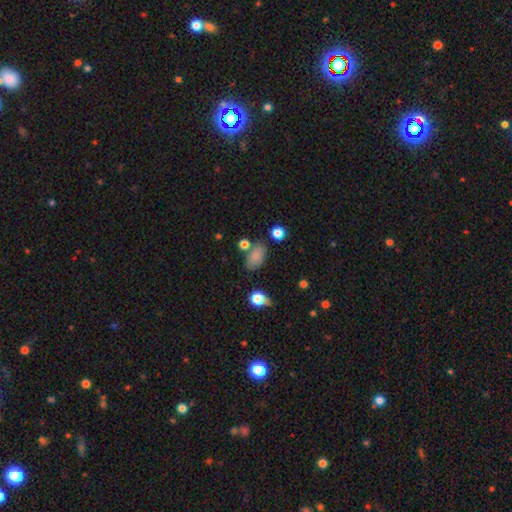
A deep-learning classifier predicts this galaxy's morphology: This is clearly a smooth galaxy (80%). How rounded: clearly in between (87%). Merging: likely none (69%).